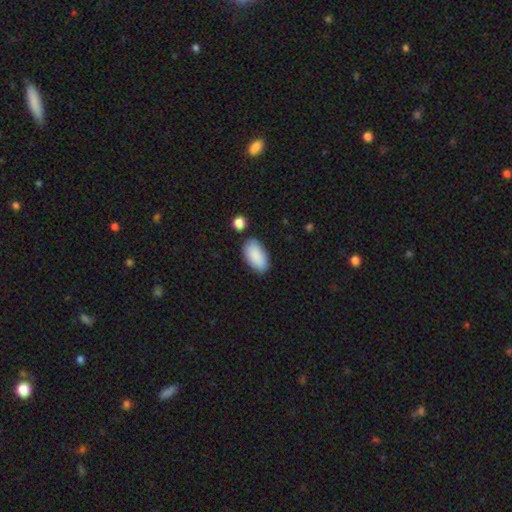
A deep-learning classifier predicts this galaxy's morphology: smooth-or-featured: smooth: 89% | star or artifact: 6% | featured or disk: 5%
  how-rounded: in between: 95% | cigar-shaped: 3% | round: 3%
  merging: none: 77% | minor disturbance: 14% | merger: 5% | major disturbance: 3%